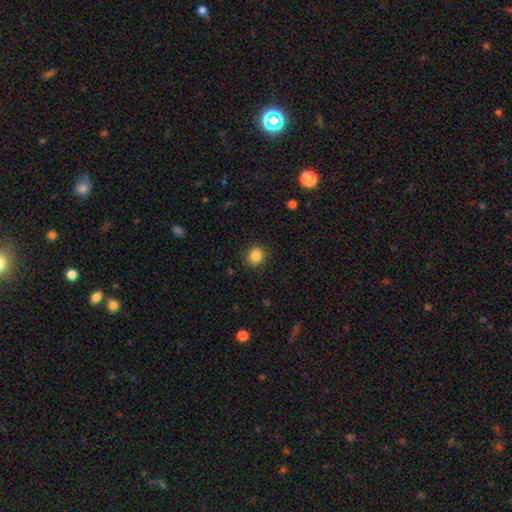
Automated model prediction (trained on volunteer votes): Smooth or featured? Predicted: smooth (p=0.85). How rounded? Predicted: round (p=0.84). Merging? Predicted: none (p=0.89).